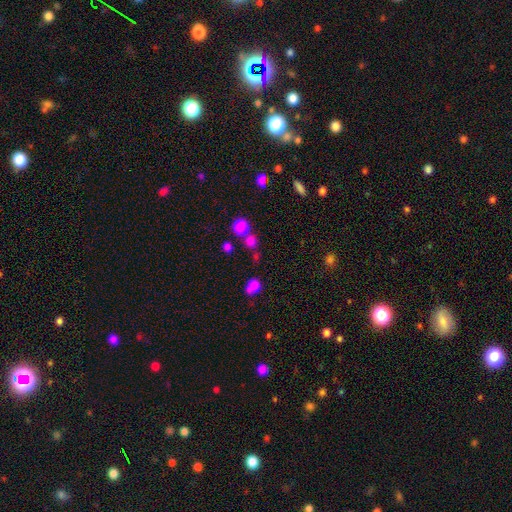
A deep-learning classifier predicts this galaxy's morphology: A smooth galaxy with no disk features (68%) that is round (81%).

Vote fractions:
- Smooth or featured? smooth: 68% / star or artifact: 24% / featured or disk: 8%
- How rounded? round: 81% / in between: 17% / cigar-shaped: 1%
- Merging? none: 62% / merger: 23% / minor disturbance: 10% / major disturbance: 5%